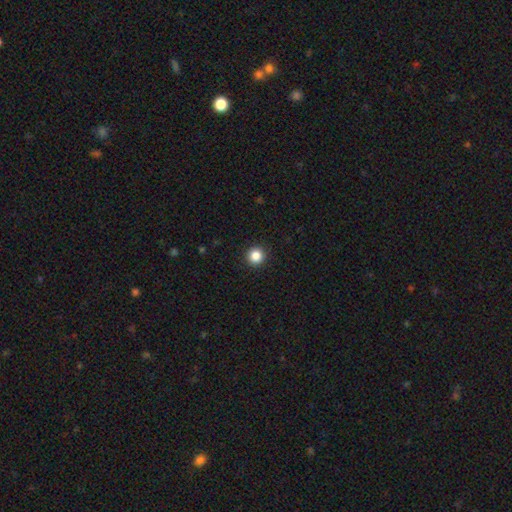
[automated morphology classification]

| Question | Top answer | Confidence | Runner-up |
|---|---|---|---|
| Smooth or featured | smooth | 86% | star or artifact (11%) |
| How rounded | round | 95% | in between (4%) |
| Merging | none | 93% | minor disturbance (4%) |